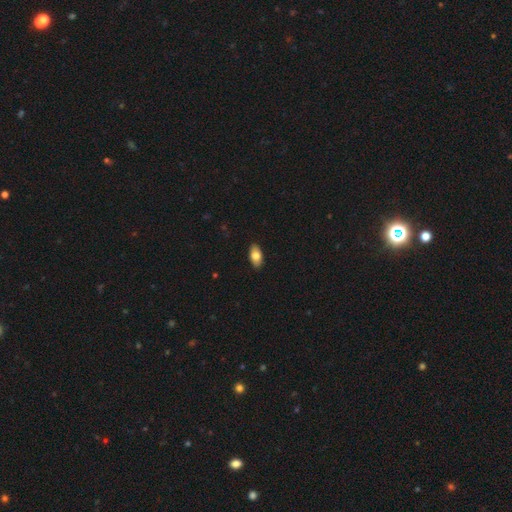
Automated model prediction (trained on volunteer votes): Smooth or featured: smooth — 80% (featured or disk — 13%)
How rounded: in between — 93% (cigar-shaped — 4%)
Merging: none — 89% (minor disturbance — 8%)